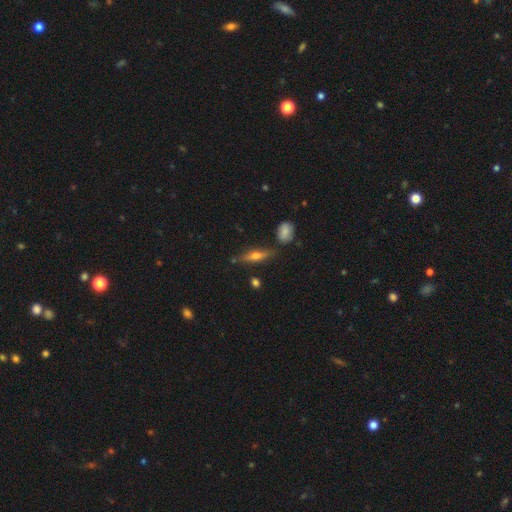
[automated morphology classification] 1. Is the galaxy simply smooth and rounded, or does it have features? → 56% featured or disk, 35% smooth, 9% star or artifact.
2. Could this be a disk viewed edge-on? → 93% yes, 7% no.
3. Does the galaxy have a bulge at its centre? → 88% rounded, 7% boxy, 5% none.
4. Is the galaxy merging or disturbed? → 77% none, 14% minor disturbance, 5% merger, 4% major disturbance.